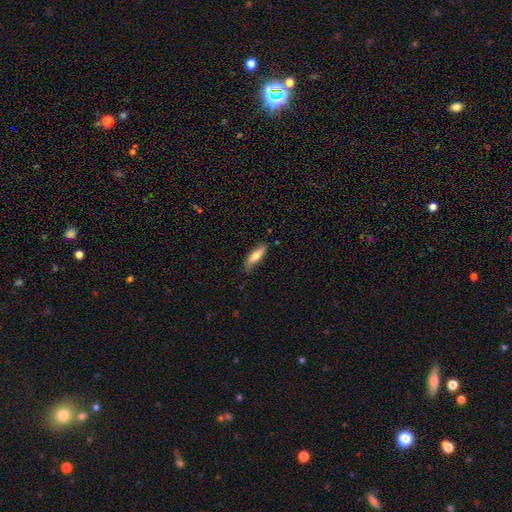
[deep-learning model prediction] Smooth or featured?
  - smooth: 68% *
  - featured or disk: 26%
  - star or artifact: 6%
How rounded?
  - cigar-shaped: 54% *
  - in between: 44%
  - round: 2%
Merging?
  - none: 77% *
  - minor disturbance: 19%
  - major disturbance: 3%
  - merger: 2%